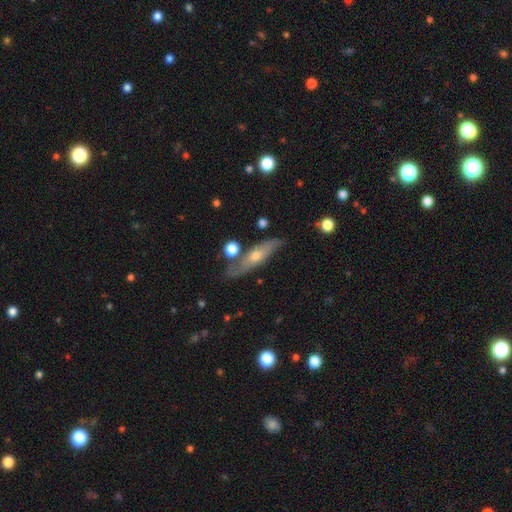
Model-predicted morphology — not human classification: A featured or disk galaxy (62%) viewed edge-on (54%).

Vote fractions:
- Smooth or featured? featured or disk: 62% / smooth: 31% / star or artifact: 8%
- Edge-on disk? yes: 54% / no: 46%
- Merging? none: 69% / minor disturbance: 19% / major disturbance: 6% / merger: 6%